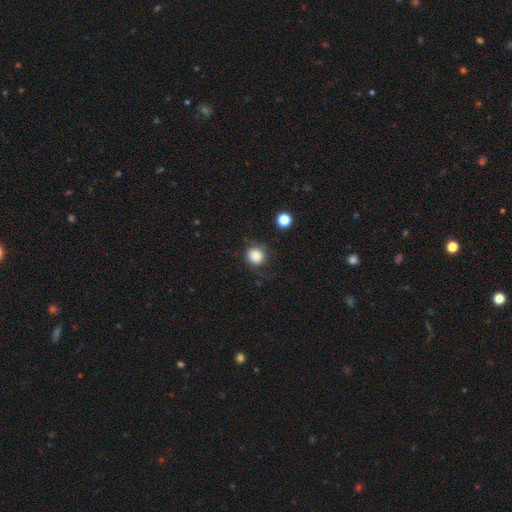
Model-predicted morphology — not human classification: A smooth galaxy with no disk features (84%) that is round (87%). Merging: none (75%).